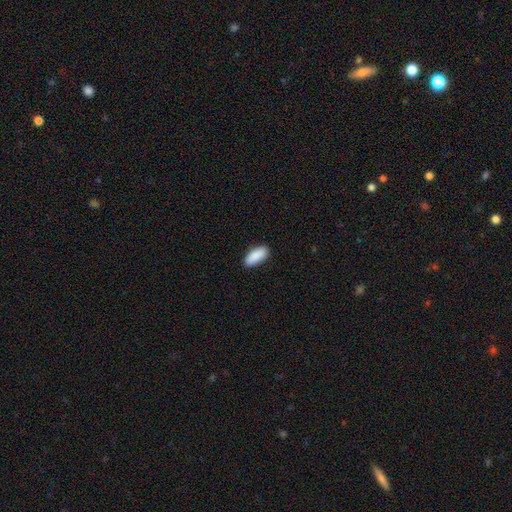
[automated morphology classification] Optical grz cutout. It shows a smooth galaxy with no disk features (90%) that is in between round and cigar-shaped (81%). Merging: none (88%).